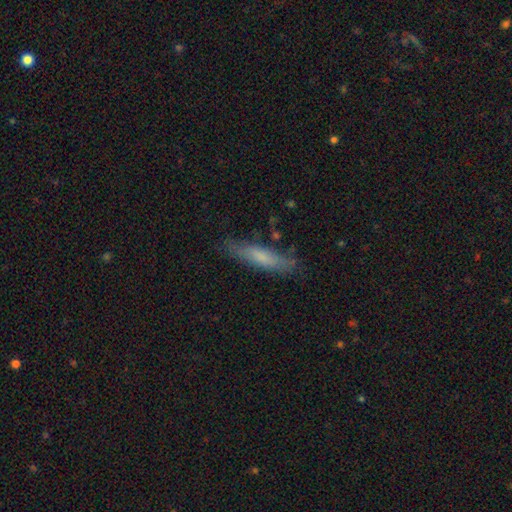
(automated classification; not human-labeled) Morphology: type=smooth (57%); roundness=cigar-shaped (84%); merging=none (80%).